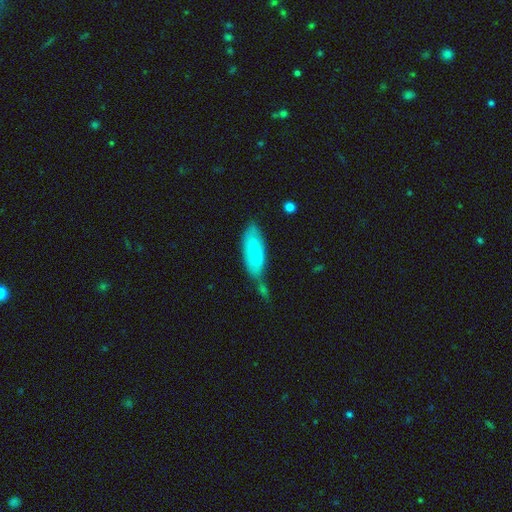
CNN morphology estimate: A smooth galaxy with no disk features (67%) that is in between round and cigar-shaped (59%). Merging: none (49%).